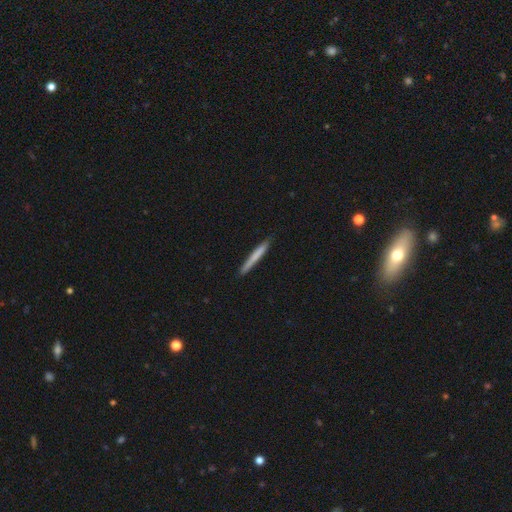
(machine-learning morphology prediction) Smooth or featured? Predicted: smooth (p=0.70). How rounded? Predicted: cigar-shaped (p=0.97). Merging? Predicted: none (p=0.89).